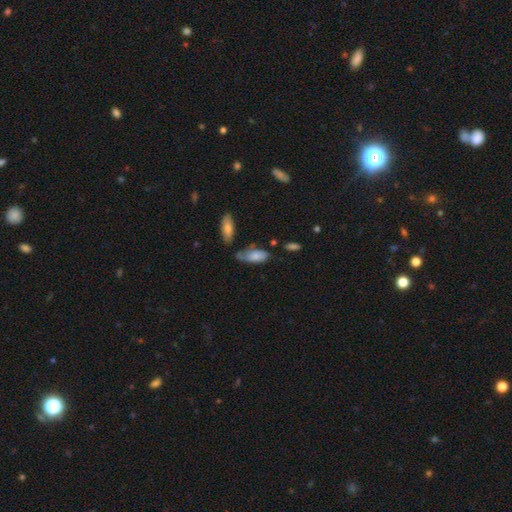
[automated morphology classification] This appears to be a smooth galaxy with no disk features (71%) that is in between round and cigar-shaped (84%). Merging: none (46%).